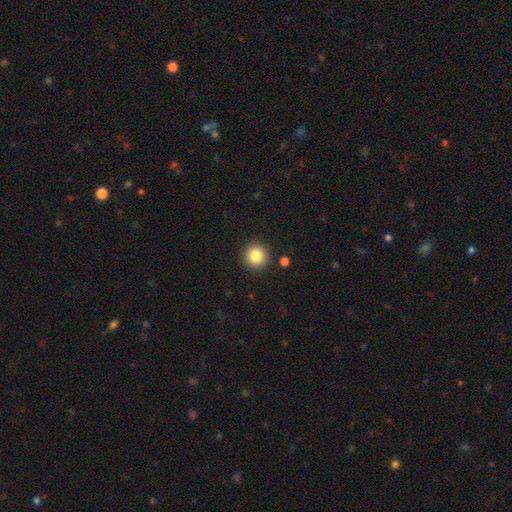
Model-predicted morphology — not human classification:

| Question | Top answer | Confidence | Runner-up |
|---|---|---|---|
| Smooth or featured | smooth | 86% | star or artifact (9%) |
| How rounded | round | 94% | in between (5%) |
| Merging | none | 90% | minor disturbance (6%) |